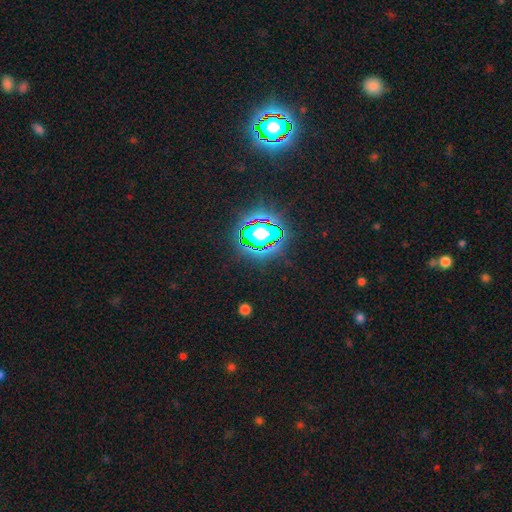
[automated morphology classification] star or artifact 81%, smooth 11%, featured or disk 8%.